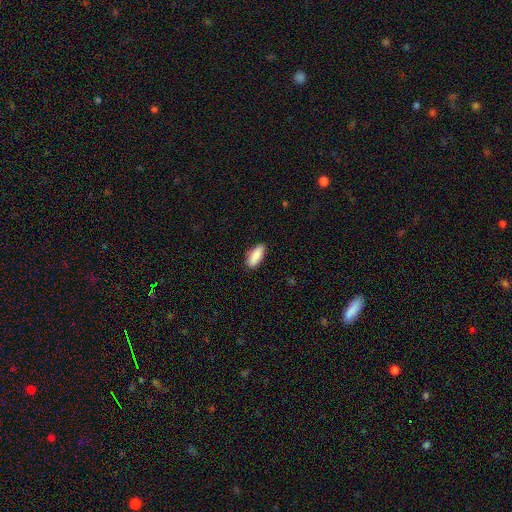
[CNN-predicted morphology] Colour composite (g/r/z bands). It shows a smooth galaxy with no disk features (89%) that is in between round and cigar-shaped (81%). Merging: none (86%).